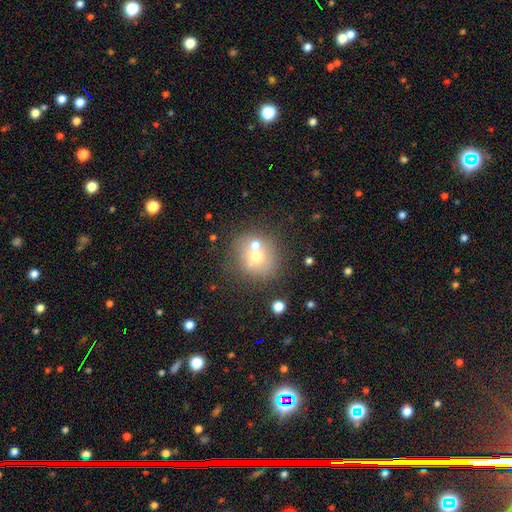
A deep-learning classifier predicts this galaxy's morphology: type=smooth (60%); roundness=round (83%); merging=none (51%).